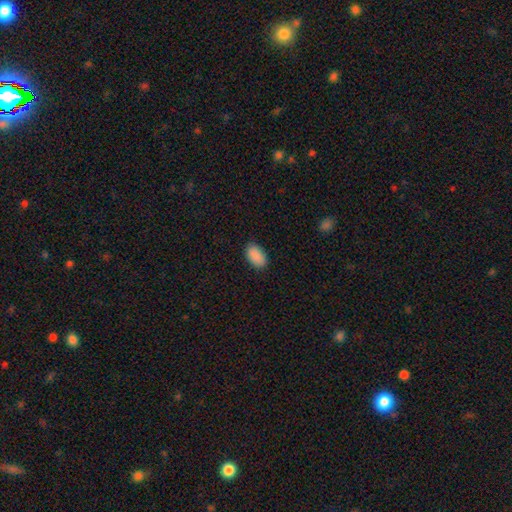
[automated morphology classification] The model was most divided on "merging": none: 84%, minor disturbance: 12%, major disturbance: 2%, merger: 1%. More confident: how rounded — in between (94%); smooth or featured — smooth (90%).